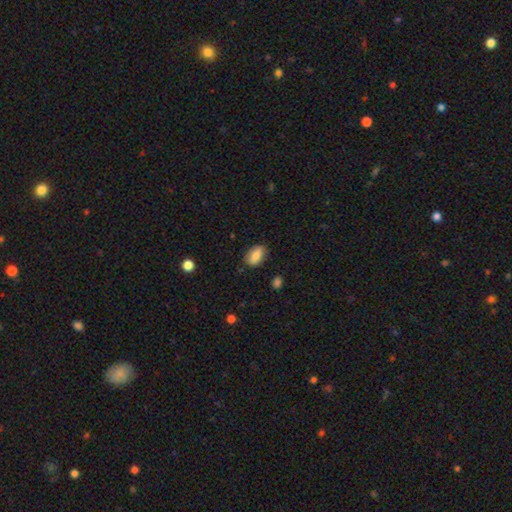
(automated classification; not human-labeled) This is clearly a smooth galaxy (82%). How rounded: clearly in between (89%). Merging: likely none (80%).